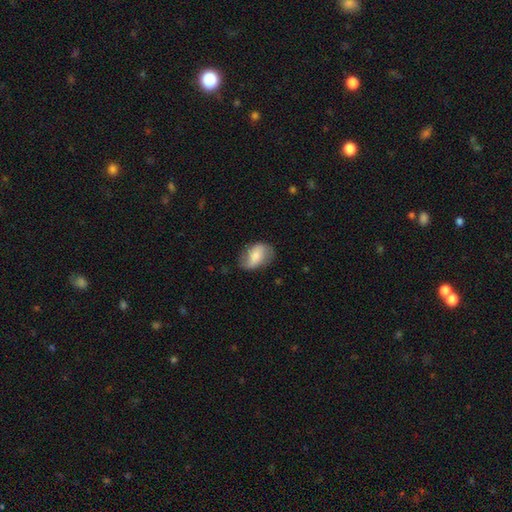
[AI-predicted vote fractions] Smooth or featured? Predicted: smooth (p=0.51). How rounded? Predicted: in between (p=0.82). Merging? Predicted: none (p=0.66).